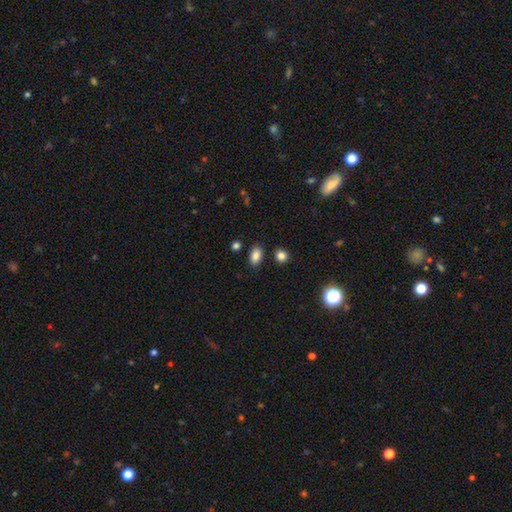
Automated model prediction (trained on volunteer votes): smooth_or_featured: smooth (p=0.85) [alt: star or artifact p=0.10]
how_rounded: in between (p=0.87) [alt: round p=0.11]
merging: none (p=0.84) [alt: minor disturbance p=0.09]